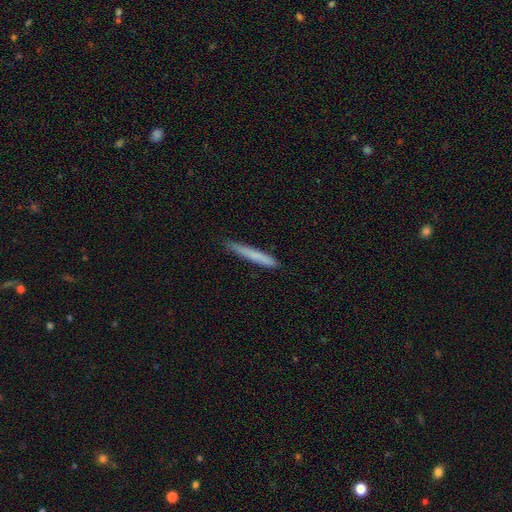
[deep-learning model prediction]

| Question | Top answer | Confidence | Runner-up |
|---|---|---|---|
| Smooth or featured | smooth | 73% | featured or disk (21%) |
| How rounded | cigar-shaped | 97% | in between (2%) |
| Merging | none | 86% | minor disturbance (11%) |